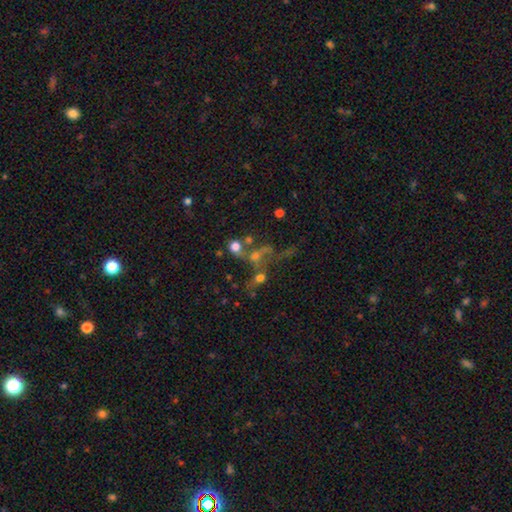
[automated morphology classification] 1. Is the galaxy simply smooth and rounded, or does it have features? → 40% star or artifact, 31% featured or disk, 29% smooth.